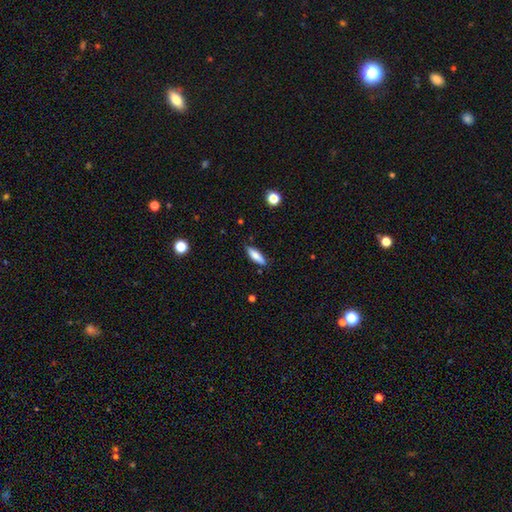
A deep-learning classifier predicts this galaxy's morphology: smooth-or-featured: smooth: 80% | featured or disk: 14% | star or artifact: 7%
  how-rounded: cigar-shaped: 54% | in between: 44% | round: 2%
  merging: none: 85% | minor disturbance: 11% | major disturbance: 2% | merger: 2%